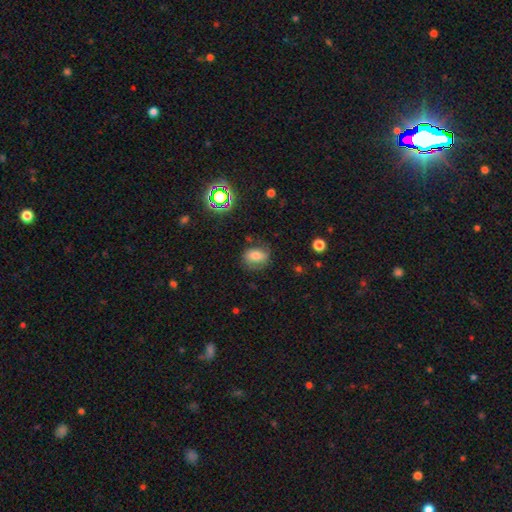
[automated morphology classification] The model was most divided on "how rounded": in between: 55%, round: 43%, cigar-shaped: 2%. More confident: merging — none (69%); smooth or featured — smooth (61%).